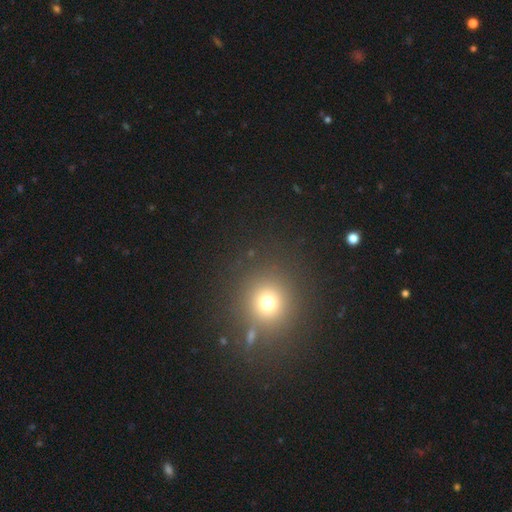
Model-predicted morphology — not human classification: smooth-or-featured: smooth: 59% | star or artifact: 34% | featured or disk: 7%
  how-rounded: round: 86% | in between: 13% | cigar-shaped: 1%
  merging: none: 86% | minor disturbance: 7% | merger: 5% | major disturbance: 3%